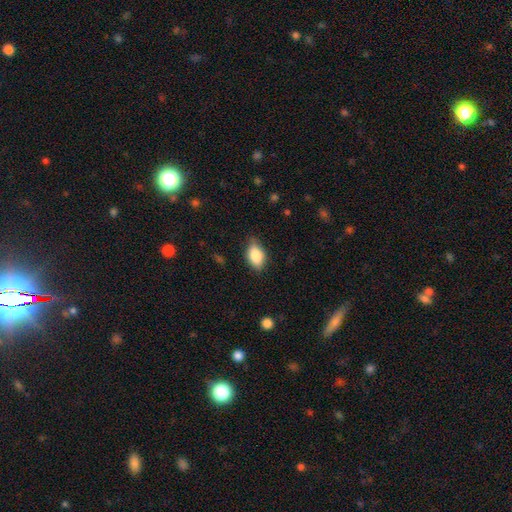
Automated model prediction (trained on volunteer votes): smooth 85%, featured or disk 8%, star or artifact 7%. Down the decision tree: how rounded — in between (88%); merging — none (72%).